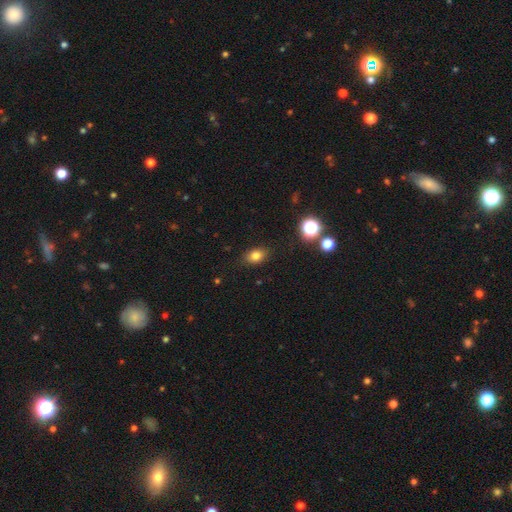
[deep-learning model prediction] A smooth galaxy with no disk features (79%) that is in between round and cigar-shaped (75%).

Vote fractions:
- Smooth or featured? smooth: 79% / star or artifact: 13% / featured or disk: 8%
- How rounded? in between: 75% / round: 23% / cigar-shaped: 2%
- Merging? none: 86% / minor disturbance: 10% / major disturbance: 3% / merger: 1%